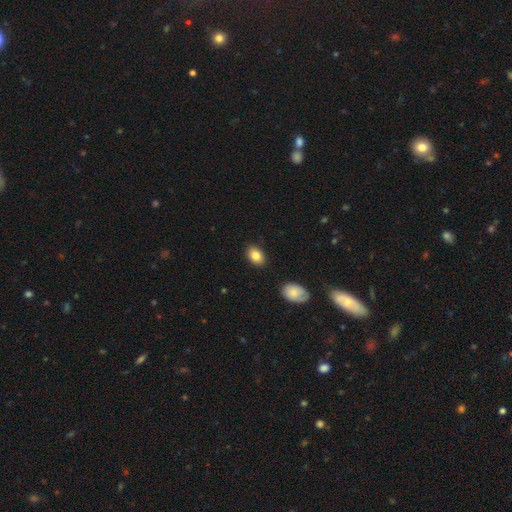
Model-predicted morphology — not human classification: The model was most divided on "how rounded": in between: 83%, round: 15%, cigar-shaped: 1%. More confident: merging — none (87%); smooth or featured — smooth (84%).